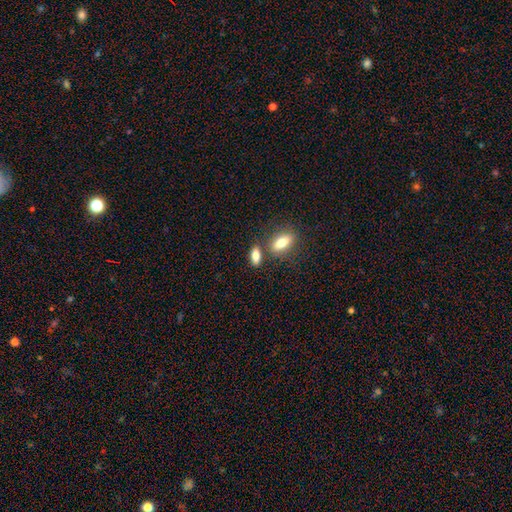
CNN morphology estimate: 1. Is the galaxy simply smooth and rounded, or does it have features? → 80% smooth, 12% featured or disk, 8% star or artifact.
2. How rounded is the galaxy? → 77% in between, 17% cigar-shaped, 6% round.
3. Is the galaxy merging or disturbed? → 65% none, 20% merger, 11% minor disturbance, 4% major disturbance.